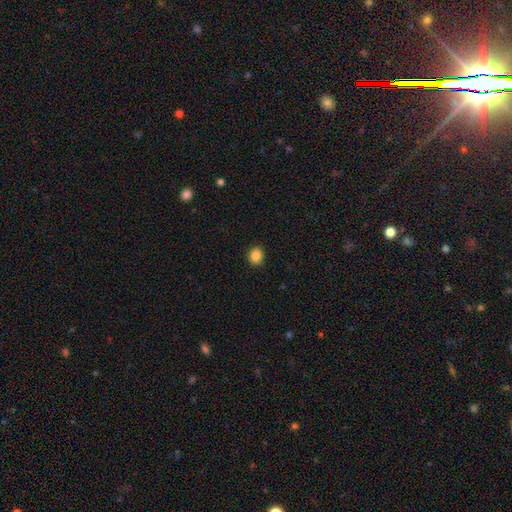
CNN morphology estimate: smooth_or_featured: smooth (p=0.87) [alt: star or artifact p=0.10]
how_rounded: round (p=0.66) [alt: in between p=0.33]
merging: none (p=0.91) [alt: minor disturbance p=0.07]